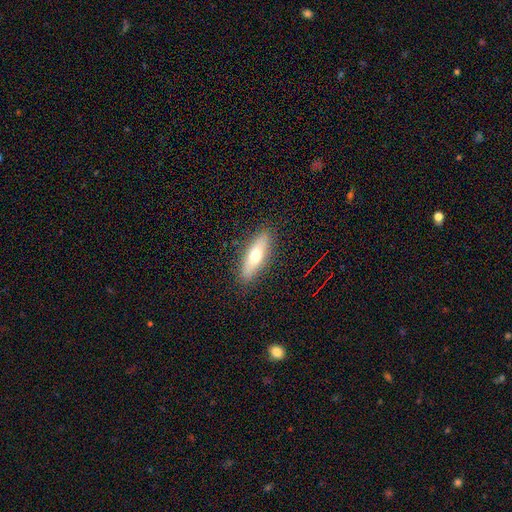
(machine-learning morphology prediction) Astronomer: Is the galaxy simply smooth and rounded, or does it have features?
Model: smooth — 61%.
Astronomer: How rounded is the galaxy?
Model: cigar-shaped — 52% (runner-up: in between, 45%).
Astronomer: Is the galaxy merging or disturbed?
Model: none — 88%.